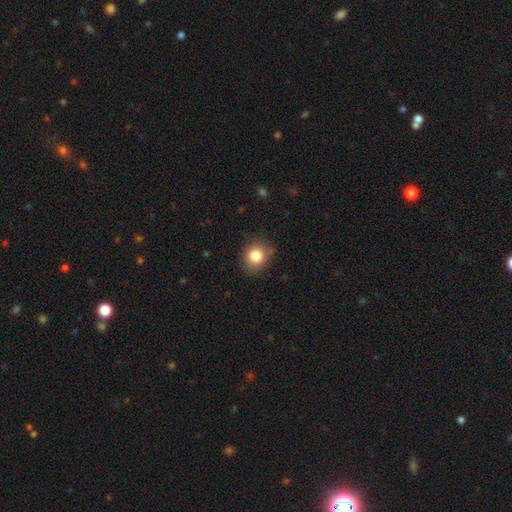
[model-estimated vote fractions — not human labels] Smooth or featured?
  - smooth: 84% *
  - star or artifact: 10%
  - featured or disk: 6%
How rounded?
  - round: 76% *
  - in between: 23%
  - cigar-shaped: 1%
Merging?
  - none: 82% *
  - minor disturbance: 14%
  - major disturbance: 3%
  - merger: 1%